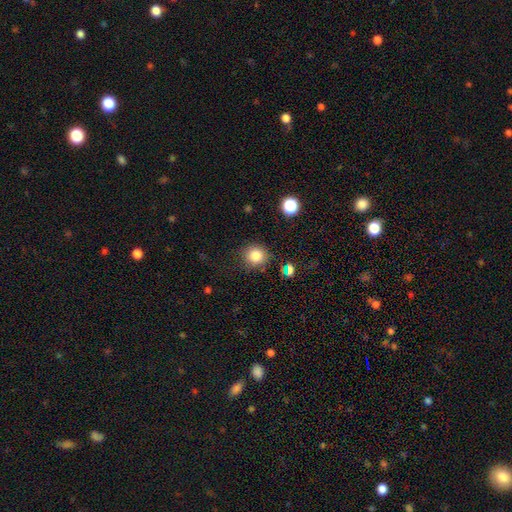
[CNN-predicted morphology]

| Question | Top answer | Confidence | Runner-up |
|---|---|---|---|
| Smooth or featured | smooth | 83% | star or artifact (12%) |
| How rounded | round | 89% | in between (10%) |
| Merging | none | 83% | minor disturbance (10%) |